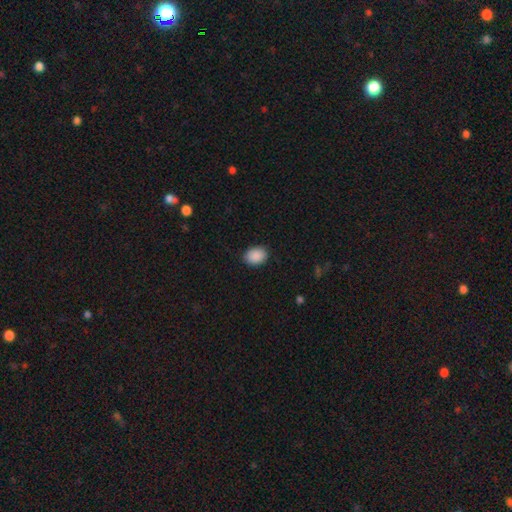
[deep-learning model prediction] A smooth galaxy with no disk features (90%) that is in between round and cigar-shaped (68%). Merging: none (89%).